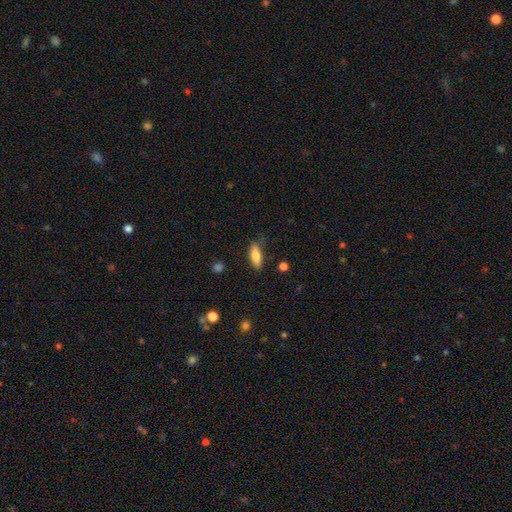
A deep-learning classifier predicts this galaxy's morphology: A smooth galaxy with no disk features (81%) that is in between round and cigar-shaped (63%). Merging: none (77%).